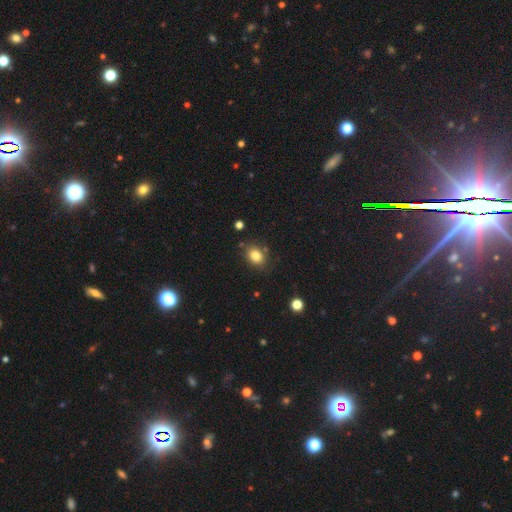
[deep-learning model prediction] Smooth or featured? Predicted: smooth (p=0.82). How rounded? Predicted: in between (p=0.61). Merging? Predicted: none (p=0.79).